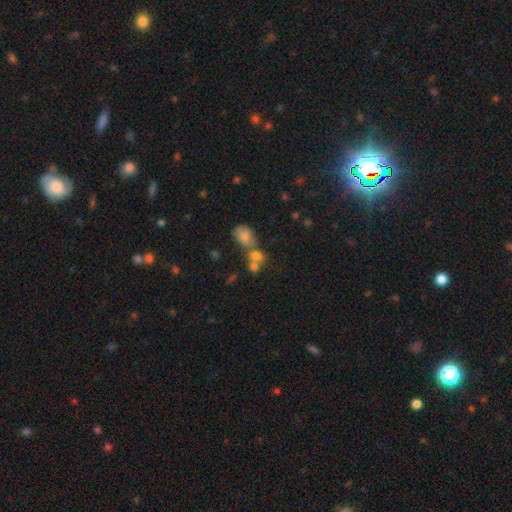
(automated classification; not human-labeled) Q: Smooth or featured?
A: smooth (70%); runner-up: featured or disk (16%)
Q: How rounded?
A: round (53%); runner-up: in between (44%)
Q: Merging?
A: merger (59%); runner-up: none (28%)